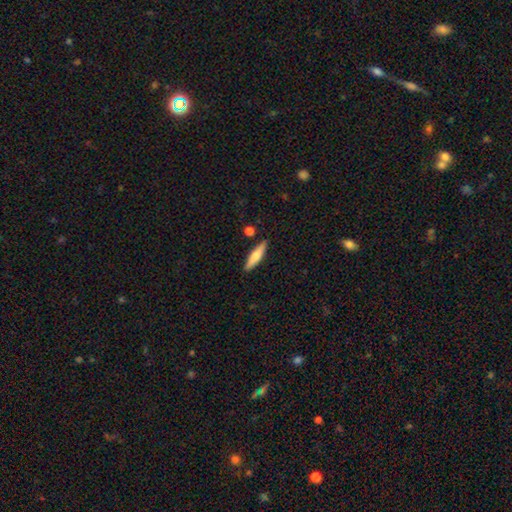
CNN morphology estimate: smooth_or_featured: smooth (p=0.62) [alt: featured or disk p=0.32]
how_rounded: cigar-shaped (p=0.80) [alt: in between p=0.19]
merging: none (p=0.87) [alt: minor disturbance p=0.08]